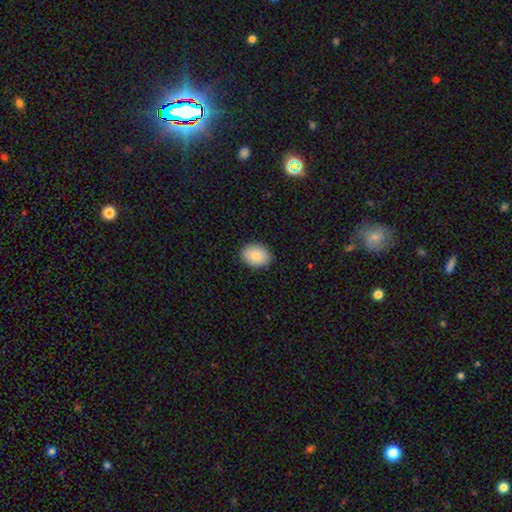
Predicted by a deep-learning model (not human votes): Q: Smooth or featured?
A: smooth (85%); runner-up: featured or disk (8%)
Q: How rounded?
A: in between (71%); runner-up: round (28%)
Q: Merging?
A: none (89%); runner-up: minor disturbance (8%)